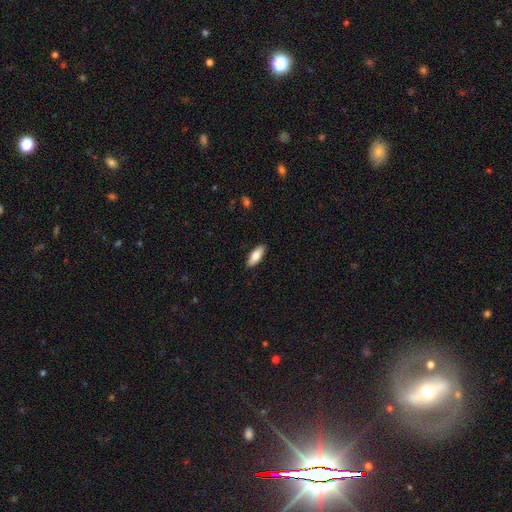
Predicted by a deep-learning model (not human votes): smooth-or-featured: smooth: 80% | featured or disk: 15% | star or artifact: 6%
  how-rounded: in between: 73% | cigar-shaped: 25% | round: 2%
  merging: none: 89% | minor disturbance: 9% | major disturbance: 2% | merger: 1%